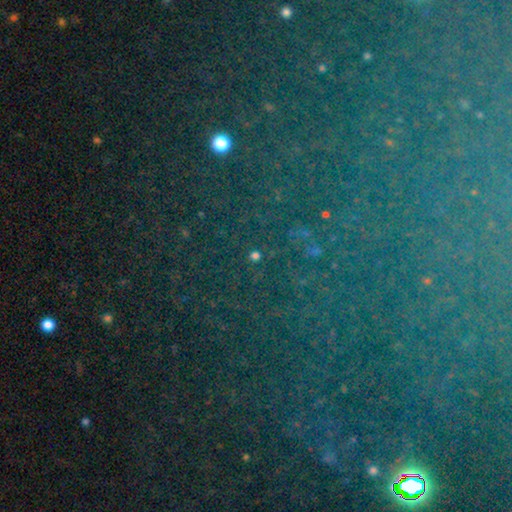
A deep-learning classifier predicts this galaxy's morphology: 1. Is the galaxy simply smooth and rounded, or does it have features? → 82% star or artifact, 10% smooth, 8% featured or disk.